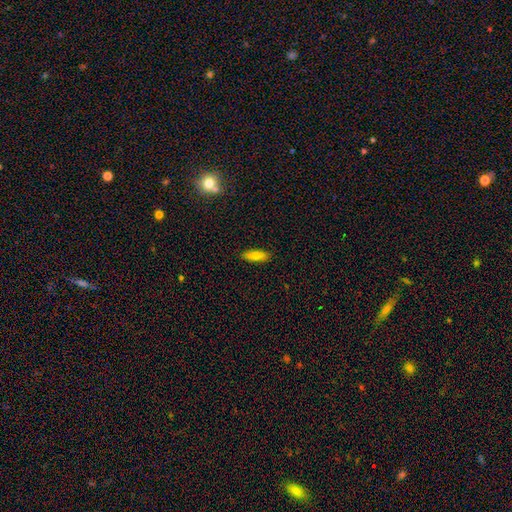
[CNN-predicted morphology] The model was most divided on "how rounded": in between: 58%, cigar-shaped: 40%, round: 2%. More confident: merging — none (89%); smooth or featured — smooth (79%).